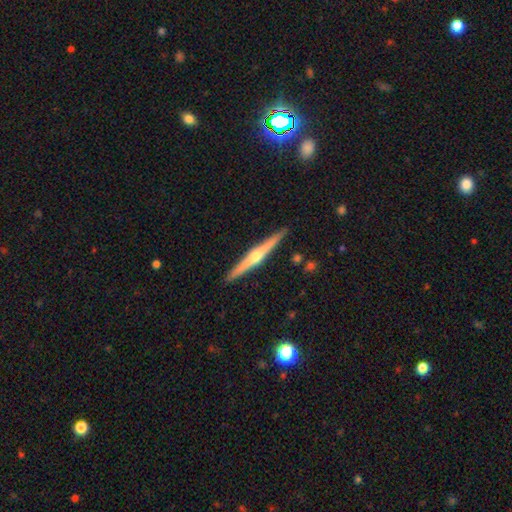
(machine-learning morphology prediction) This is likely a featured or disk galaxy (78%). It is clearly viewed edge-on (98%). Edge-on bulge: clearly rounded (92%). Merging: clearly none (92%).